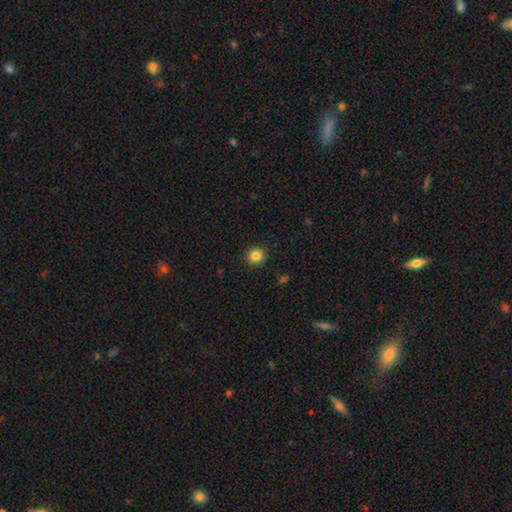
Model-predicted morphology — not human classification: Overall: smooth (85%). How rounded: round (92%). Merging: none (92%).